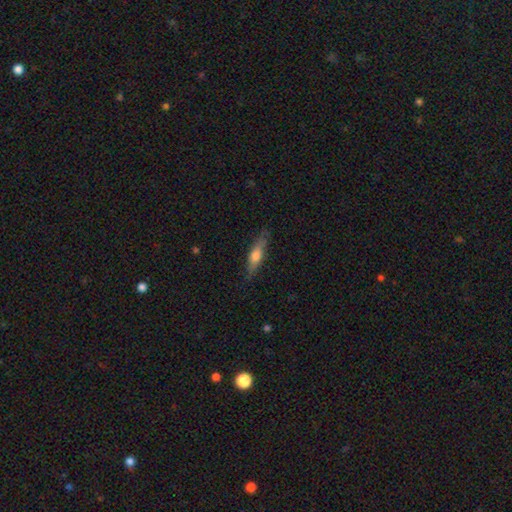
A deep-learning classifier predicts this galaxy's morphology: Overall: smooth (58%; featured or disk 36%). How rounded: cigar-shaped (70%). Merging: none (79%).